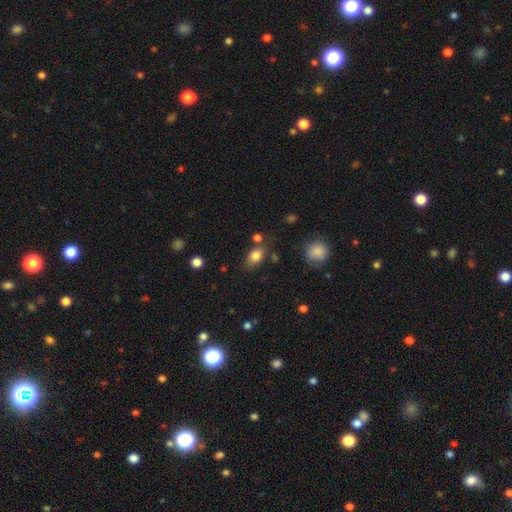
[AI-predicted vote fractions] This appears to be a smooth galaxy with no disk features (83%) that is in between round and cigar-shaped (71%). Merging: none (69%).